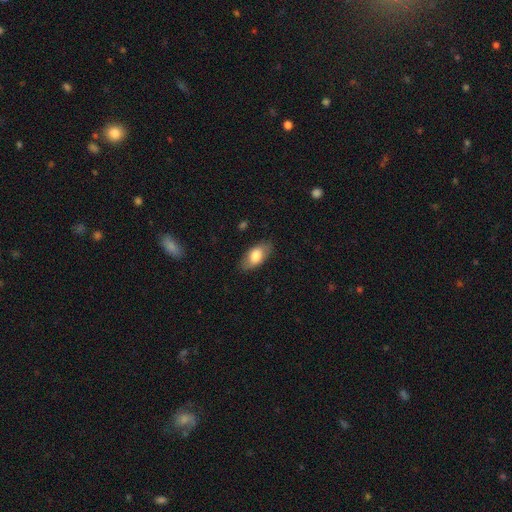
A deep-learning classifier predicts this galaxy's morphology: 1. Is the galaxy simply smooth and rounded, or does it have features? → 75% smooth, 19% featured or disk, 6% star or artifact.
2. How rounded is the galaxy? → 90% in between, 6% cigar-shaped, 4% round.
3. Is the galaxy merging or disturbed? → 83% none, 13% minor disturbance, 3% major disturbance, 1% merger.